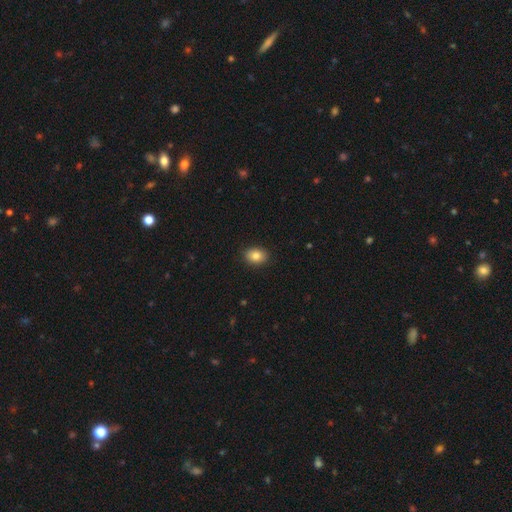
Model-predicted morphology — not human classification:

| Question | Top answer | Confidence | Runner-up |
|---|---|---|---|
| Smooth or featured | smooth | 83% | star or artifact (9%) |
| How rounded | in between | 71% | round (27%) |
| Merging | none | 89% | minor disturbance (8%) |